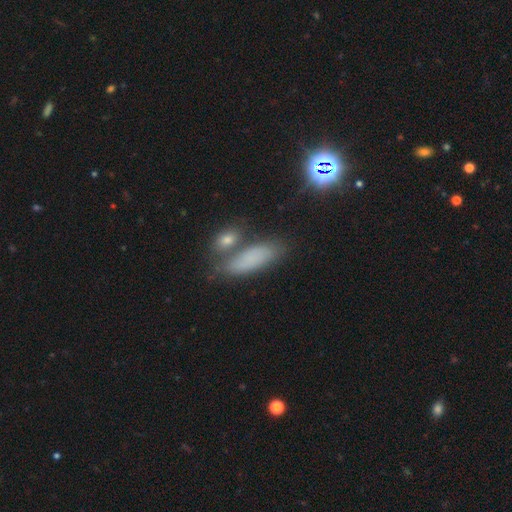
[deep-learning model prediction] Smooth or featured? Predicted: smooth (p=0.78). How rounded? Predicted: in between (p=0.72). Merging? Predicted: none (p=0.57).